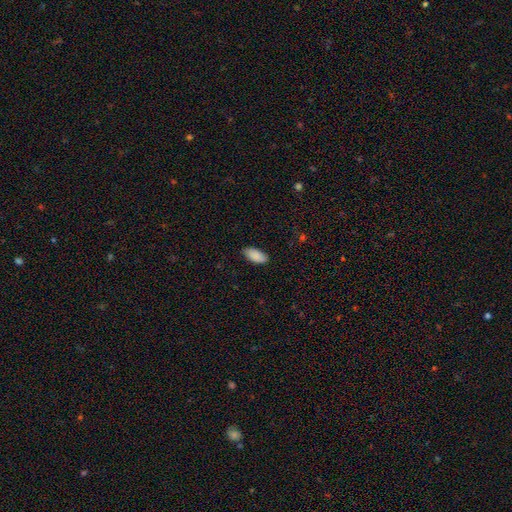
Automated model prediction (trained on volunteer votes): The model was most divided on "merging": none: 83%, minor disturbance: 13%, major disturbance: 2%, merger: 1%. More confident: how rounded — in between (93%); smooth or featured — smooth (89%).